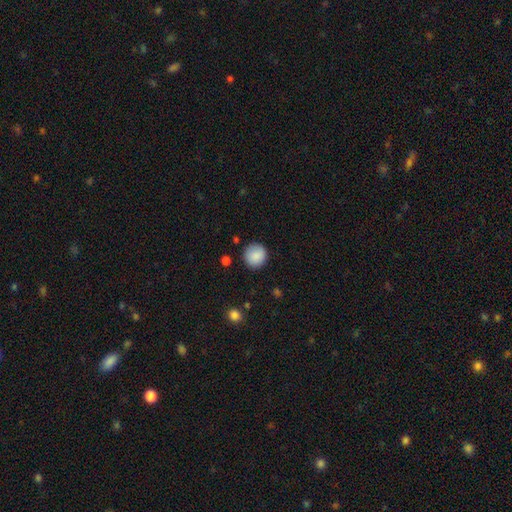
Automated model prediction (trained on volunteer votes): Morphology: type=smooth (88%); roundness=round (93%); merging=none (88%).